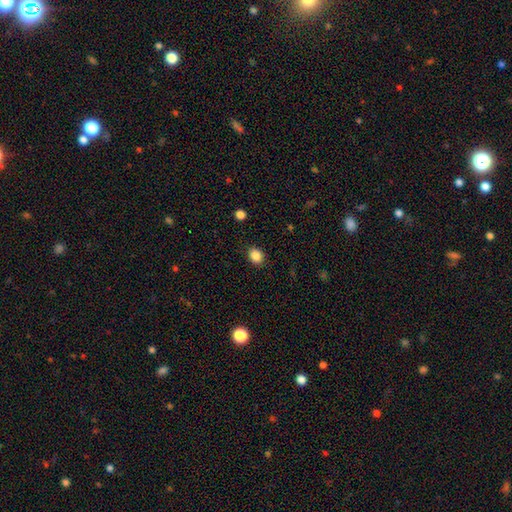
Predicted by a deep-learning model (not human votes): Morphology: type=smooth (87%); roundness=in between (51%); merging=none (88%).